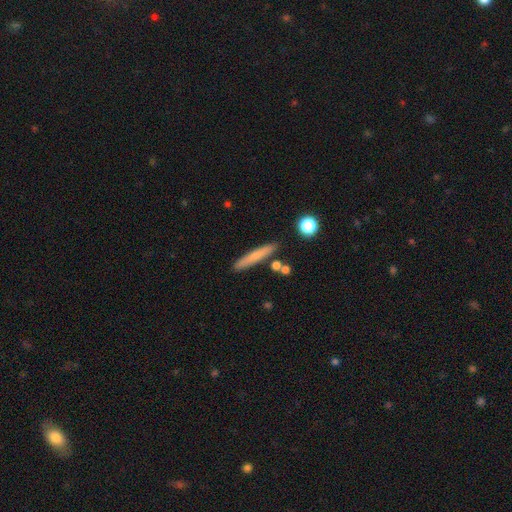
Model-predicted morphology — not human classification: A smooth galaxy with no disk features (67%) that is cigar-shaped (93%). Merging: none (85%).